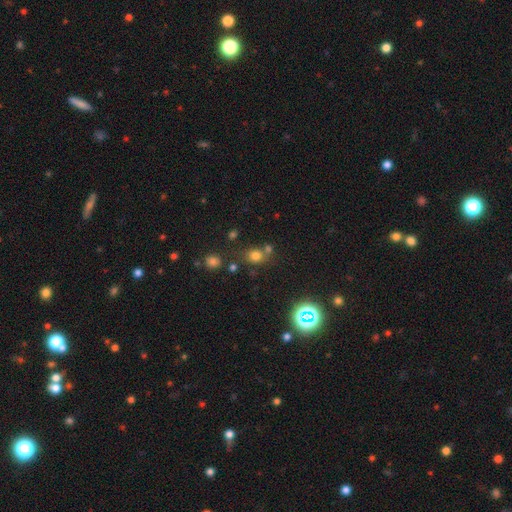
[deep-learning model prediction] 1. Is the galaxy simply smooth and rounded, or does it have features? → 71% smooth, 21% star or artifact, 8% featured or disk.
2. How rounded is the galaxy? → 69% round, 29% in between, 1% cigar-shaped.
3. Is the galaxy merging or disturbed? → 61% none, 21% merger, 12% minor disturbance, 5% major disturbance.